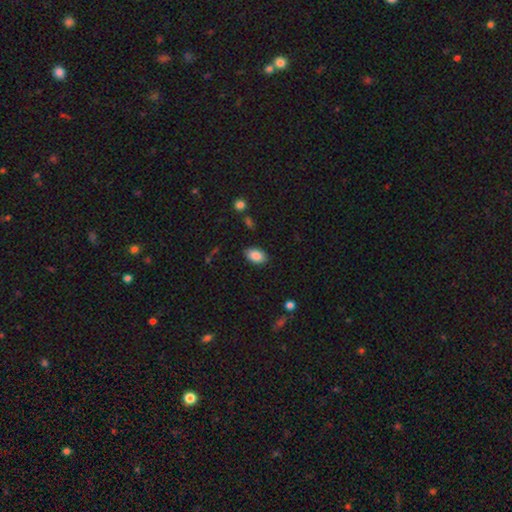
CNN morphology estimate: smooth-or-featured: smooth: 87% | star or artifact: 8% | featured or disk: 6%
  how-rounded: in between: 91% | round: 7% | cigar-shaped: 1%
  merging: none: 86% | minor disturbance: 10% | major disturbance: 2% | merger: 1%